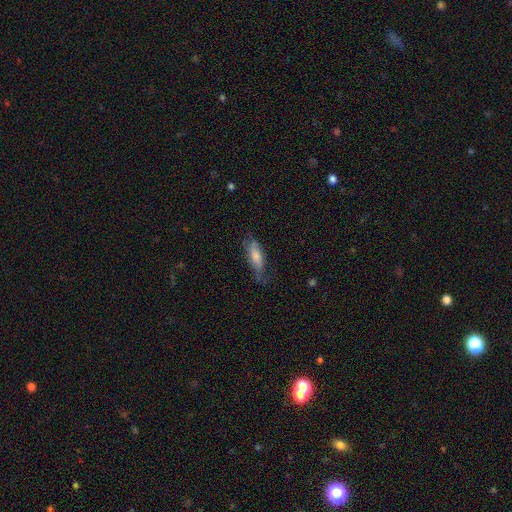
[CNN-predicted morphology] A smooth galaxy with no disk features (56%) that is in between round and cigar-shaped (49%).

Vote fractions:
- Smooth or featured? smooth: 56% / featured or disk: 35% / star or artifact: 9%
- How rounded? in between: 49% / cigar-shaped: 48% / round: 2%
- Merging? none: 58% / minor disturbance: 28% / major disturbance: 13% / merger: 2%